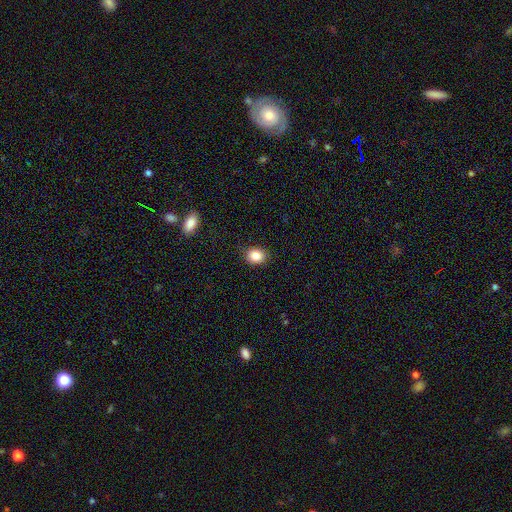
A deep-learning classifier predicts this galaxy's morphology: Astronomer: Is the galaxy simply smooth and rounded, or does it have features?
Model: smooth — 85%.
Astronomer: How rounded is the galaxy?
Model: round — 58% (runner-up: in between, 41%).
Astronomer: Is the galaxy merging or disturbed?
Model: none — 87%.